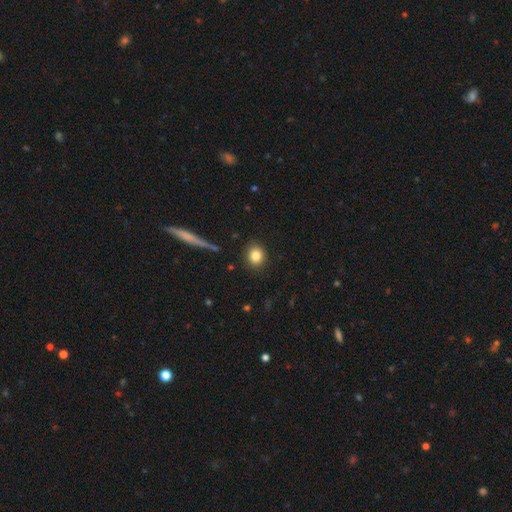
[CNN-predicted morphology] The model was most divided on "how rounded": round: 80%, in between: 19%, cigar-shaped: 1%. More confident: merging — none (89%); smooth or featured — smooth (84%).